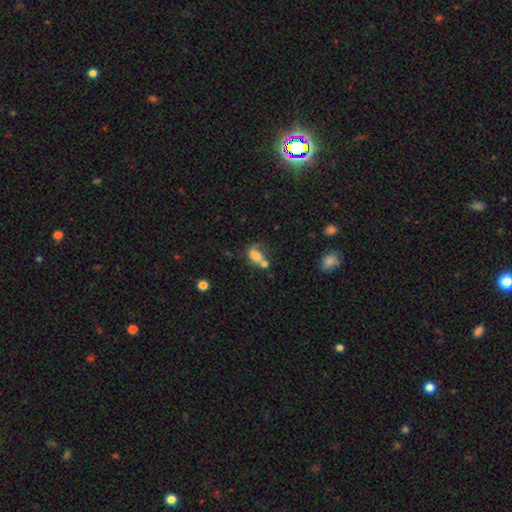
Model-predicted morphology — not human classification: type=smooth (68%); roundness=in between (81%); merging=merger (39%).